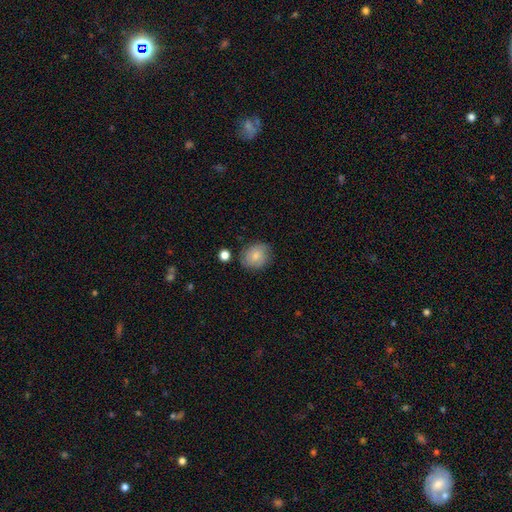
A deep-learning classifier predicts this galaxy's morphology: Smooth or featured? smooth (78%)
How rounded? round (70%)
Merging? none (76%)